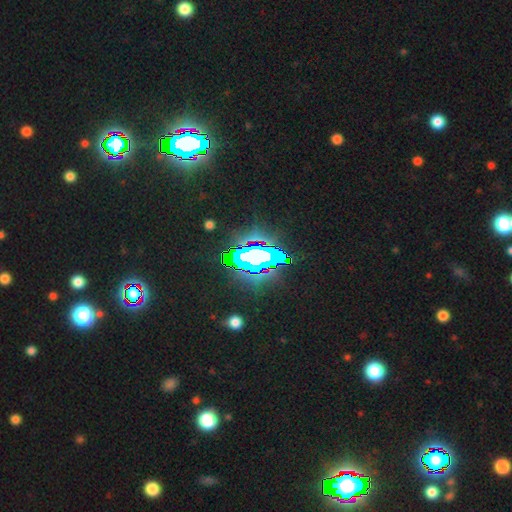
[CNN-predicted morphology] Overall: star or artifact (66%).